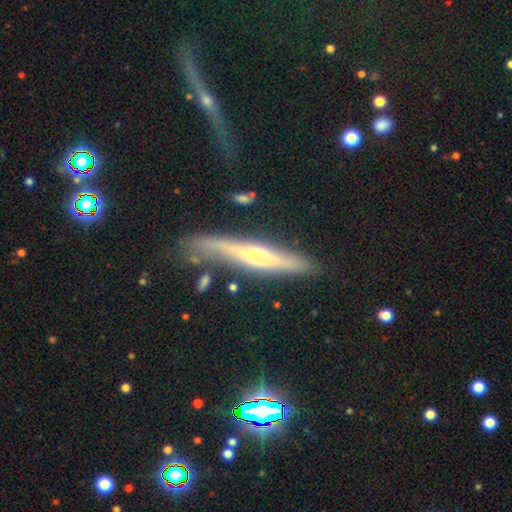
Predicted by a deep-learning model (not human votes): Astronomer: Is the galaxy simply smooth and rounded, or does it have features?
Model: featured or disk — 67%.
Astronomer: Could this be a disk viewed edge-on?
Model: yes — 90%.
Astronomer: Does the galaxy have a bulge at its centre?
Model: rounded — 65%.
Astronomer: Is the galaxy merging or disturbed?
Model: none — 71%.